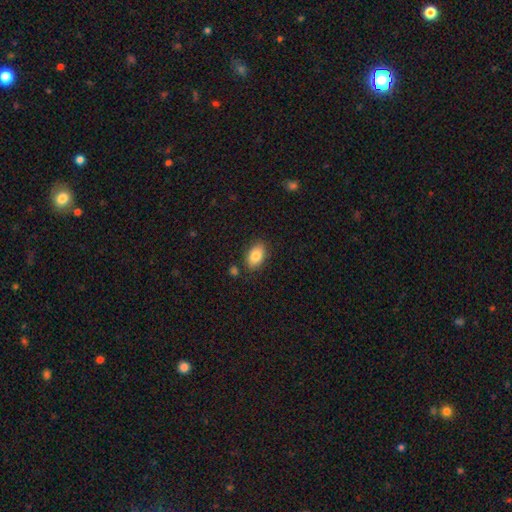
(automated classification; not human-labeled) This appears to be a smooth galaxy with no disk features (84%) that is in between round and cigar-shaped (90%). Merging: none (83%).